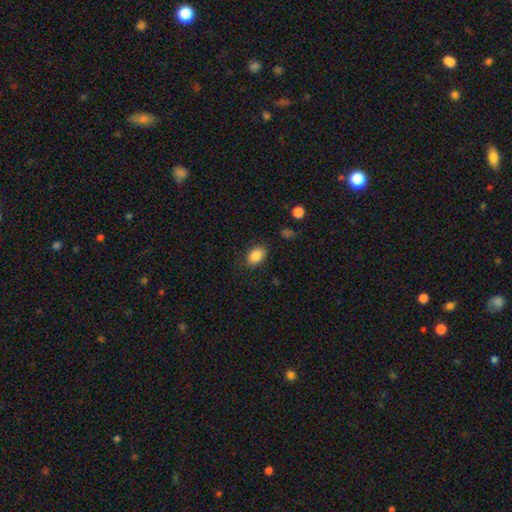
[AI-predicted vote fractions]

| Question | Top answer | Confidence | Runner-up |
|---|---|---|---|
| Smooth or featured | smooth | 86% | star or artifact (8%) |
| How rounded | in between | 79% | round (20%) |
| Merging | none | 82% | minor disturbance (13%) |